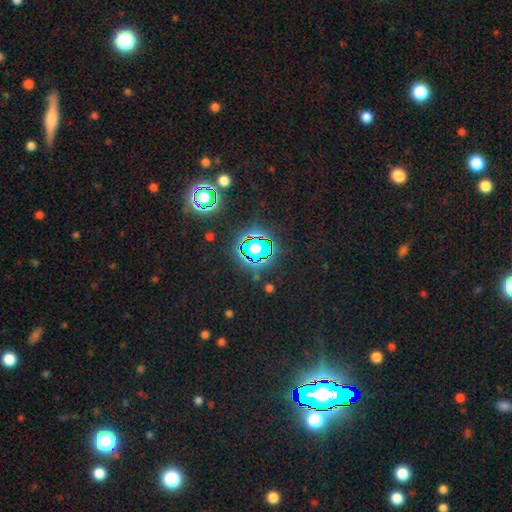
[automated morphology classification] type=star or artifact (80%).